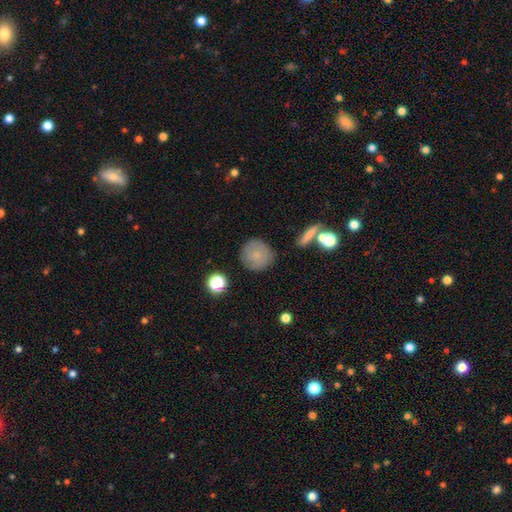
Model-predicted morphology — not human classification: A smooth galaxy with no disk features (74%) that is round (92%).

Vote fractions:
- Smooth or featured? smooth: 74% / featured or disk: 17% / star or artifact: 9%
- How rounded? round: 92% / in between: 7% / cigar-shaped: 1%
- Merging? none: 81% / minor disturbance: 12% / major disturbance: 4% / merger: 3%